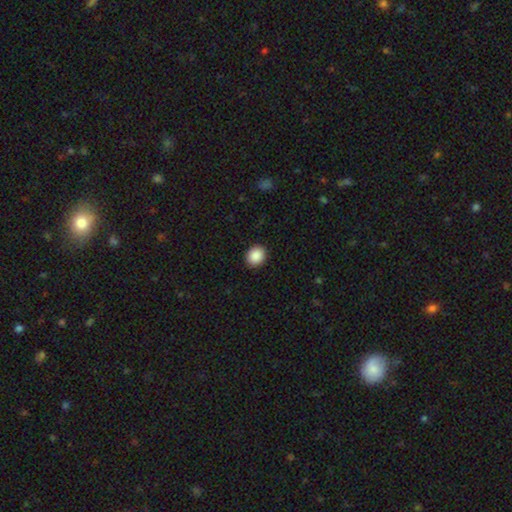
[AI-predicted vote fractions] A smooth galaxy with no disk features (89%) that is round (68%).

Vote fractions:
- Smooth or featured? smooth: 89% / star or artifact: 8% / featured or disk: 3%
- How rounded? round: 68% / in between: 31% / cigar-shaped: 1%
- Merging? none: 92% / minor disturbance: 6% / major disturbance: 2% / merger: 1%